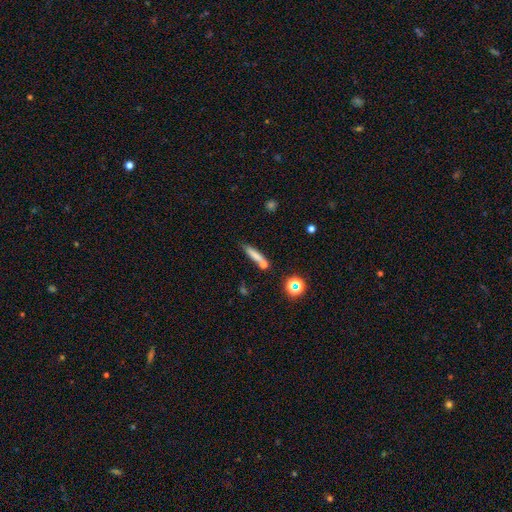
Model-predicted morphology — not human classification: This appears to be a smooth galaxy with no disk features (71%) that is cigar-shaped (81%). Merging: none (67%).